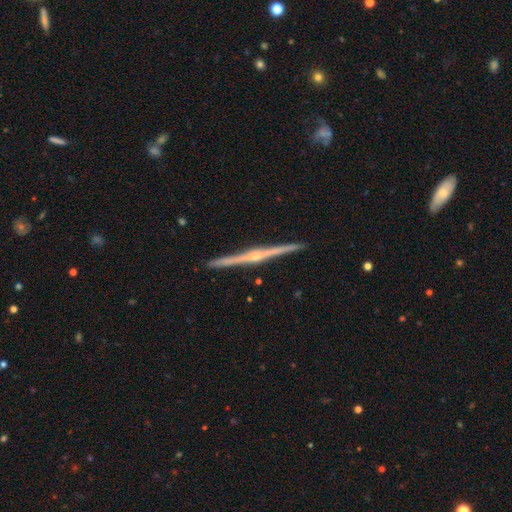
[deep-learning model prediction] Smooth or featured: featured or disk — 83% (smooth — 11%)
Edge-on disk: yes — 98% (no — 2%)
Edge-on bulge: rounded — 74% (none — 18%)
Merging: none — 91% (minor disturbance — 6%)